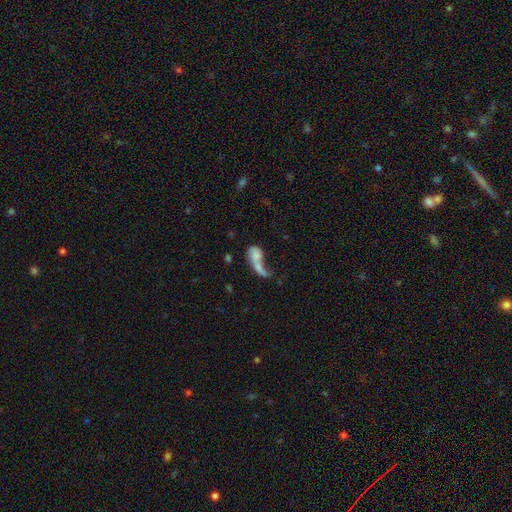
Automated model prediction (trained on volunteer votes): Overall: smooth (52%; featured or disk 38%). How rounded: in between (71%). Merging: merger (45%; major disturbance 31%).